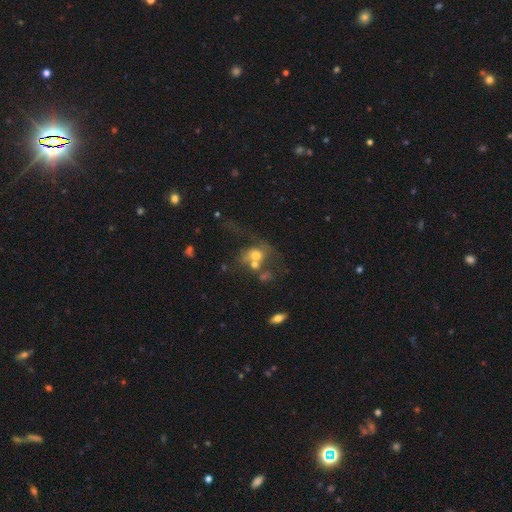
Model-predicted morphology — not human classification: smooth_or_featured: smooth (p=0.52) [alt: featured or disk p=0.34]
how_rounded: round (p=0.56) [alt: in between p=0.42]
merging: merger (p=0.39) [alt: major disturbance p=0.27]